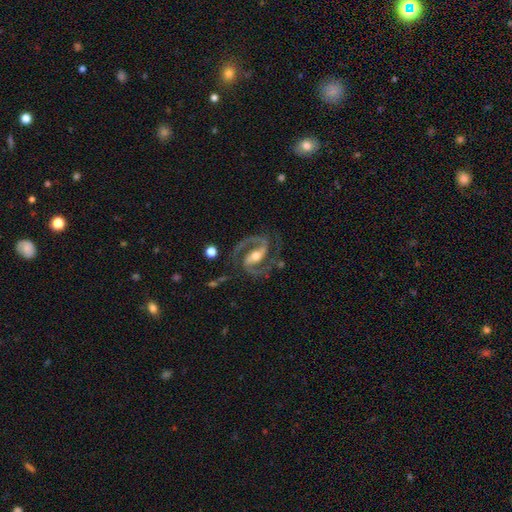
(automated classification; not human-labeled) This is clearly a featured or disk galaxy (93%). It is clearly not viewed edge-on (98%). Bar: possibly strong (52%). Spiral arm pattern: clearly yes (98%). Spiral arm count: clearly 2 (93%). Spiral winding: likely medium (65%). Central bulge: likely moderate (66%). Merging: likely none (76%).